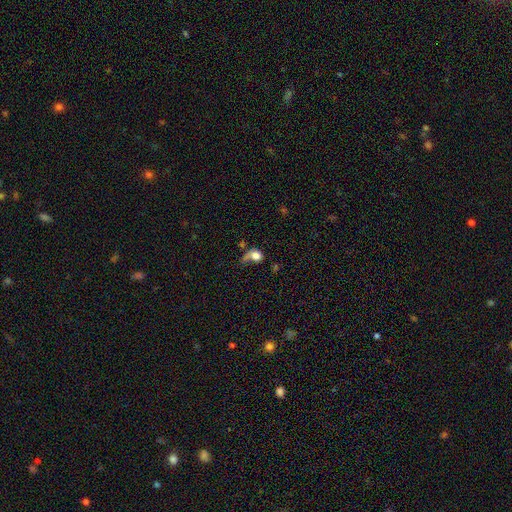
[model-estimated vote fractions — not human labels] Q: Smooth or featured?
A: smooth (70%); runner-up: featured or disk (19%)
Q: How rounded?
A: round (52%); runner-up: in between (46%)
Q: Merging?
A: major disturbance (43%); runner-up: none (25%)